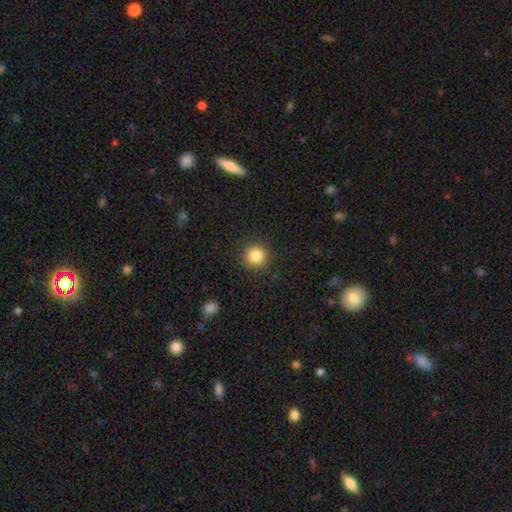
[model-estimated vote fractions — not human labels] smooth-or-featured: smooth: 85% | star or artifact: 11% | featured or disk: 4%
  how-rounded: round: 94% | in between: 5% | cigar-shaped: 1%
  merging: none: 91% | minor disturbance: 6% | major disturbance: 2% | merger: 1%